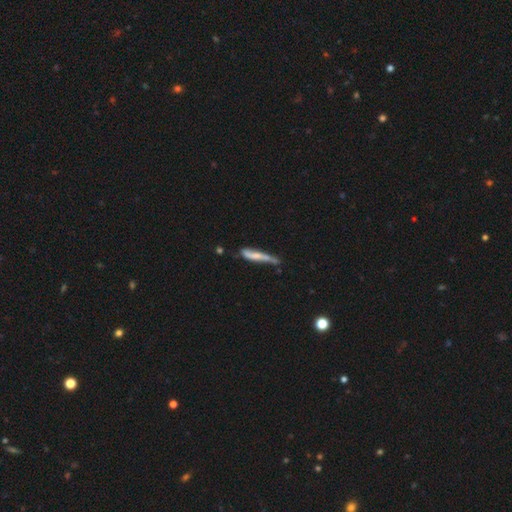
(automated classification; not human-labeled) Morphology: type=smooth (55%); roundness=cigar-shaped (89%); merging=none (43%).